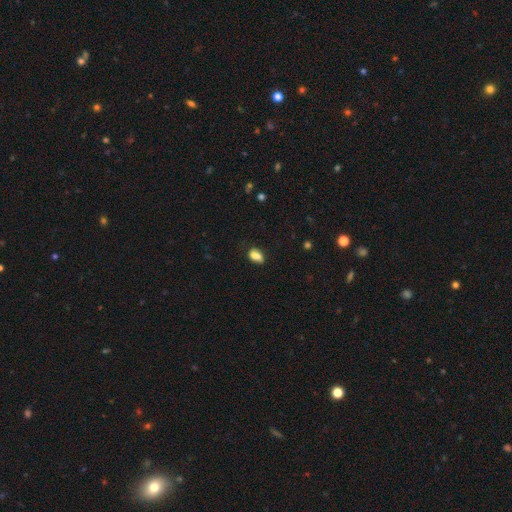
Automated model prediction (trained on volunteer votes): Overall: smooth (82%). How rounded: in between (86%). Merging: none (65%).